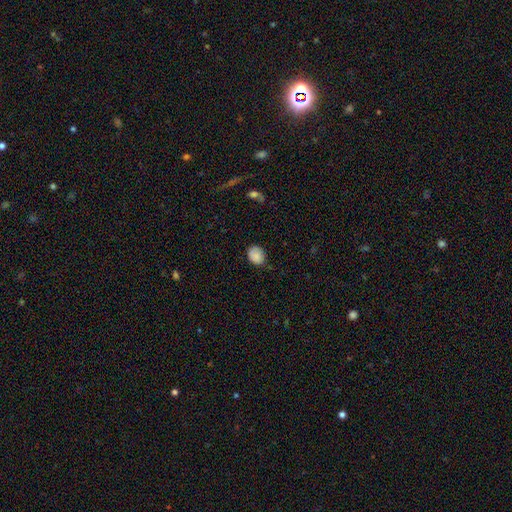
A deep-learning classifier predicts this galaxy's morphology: This is clearly a smooth galaxy (85%). How rounded: possibly in between (51%). Merging: likely none (68%).